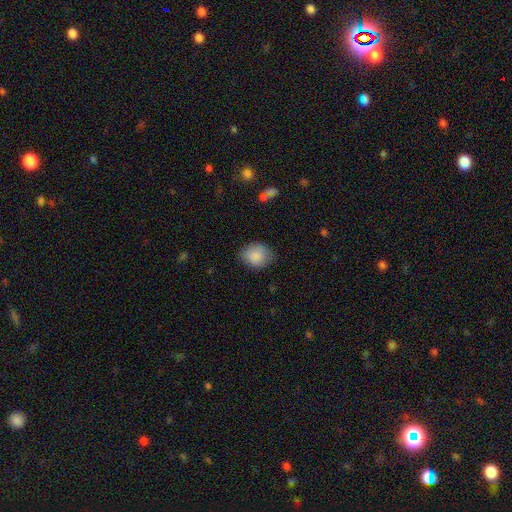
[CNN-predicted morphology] smooth_or_featured: smooth (p=0.86) [alt: star or artifact p=0.07]
how_rounded: round (p=0.59) [alt: in between p=0.40]
merging: none (p=0.74) [alt: minor disturbance p=0.20]